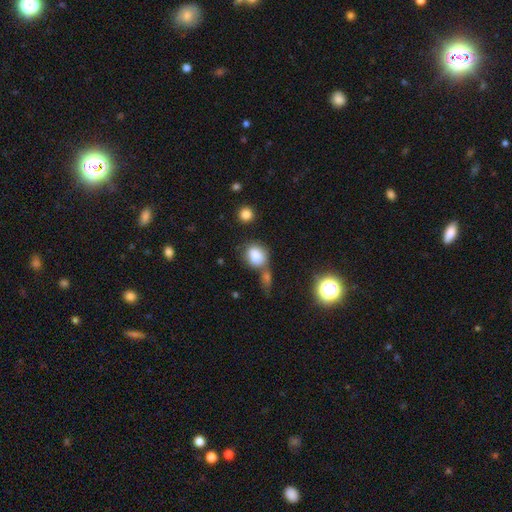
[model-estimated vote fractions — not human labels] Smooth or featured? smooth (83%)
How rounded? round (52%)
Merging? none (46%)